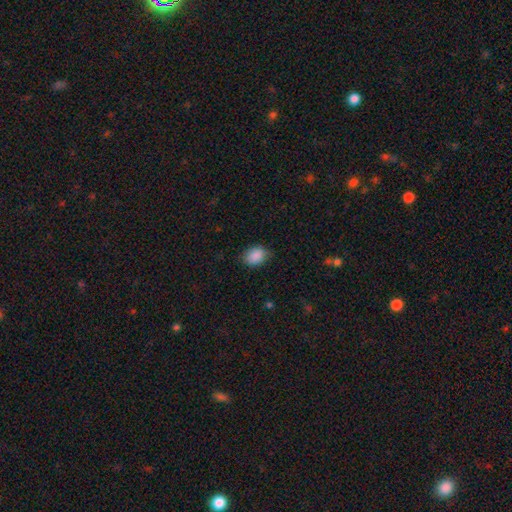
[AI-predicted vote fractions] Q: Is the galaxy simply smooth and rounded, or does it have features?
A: smooth — 89%.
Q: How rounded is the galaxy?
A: in between — 67%.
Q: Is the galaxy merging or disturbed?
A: none — 78%.